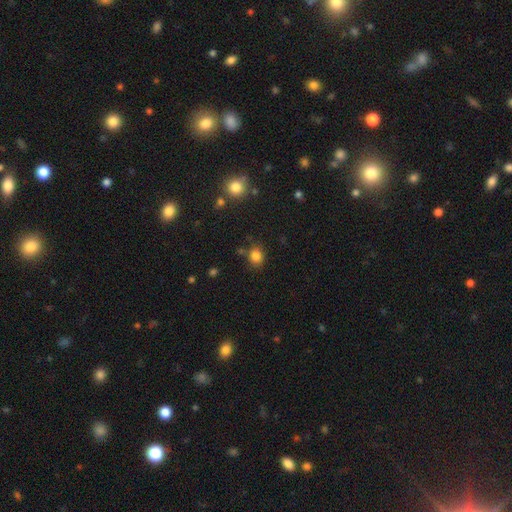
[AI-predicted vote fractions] Smooth or featured?
  - smooth: 83% *
  - star or artifact: 12%
  - featured or disk: 5%
How rounded?
  - round: 61% *
  - in between: 38%
  - cigar-shaped: 1%
Merging?
  - none: 75% *
  - minor disturbance: 15%
  - merger: 6%
  - major disturbance: 4%